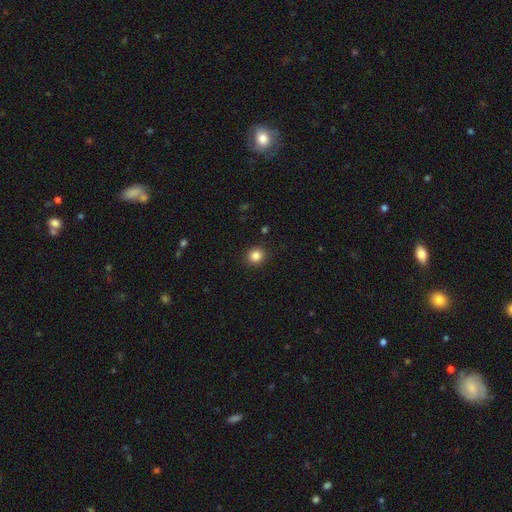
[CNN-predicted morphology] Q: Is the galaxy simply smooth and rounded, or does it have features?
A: smooth — 85%.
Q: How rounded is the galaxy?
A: round — 87%.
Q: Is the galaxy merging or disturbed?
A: none — 91%.